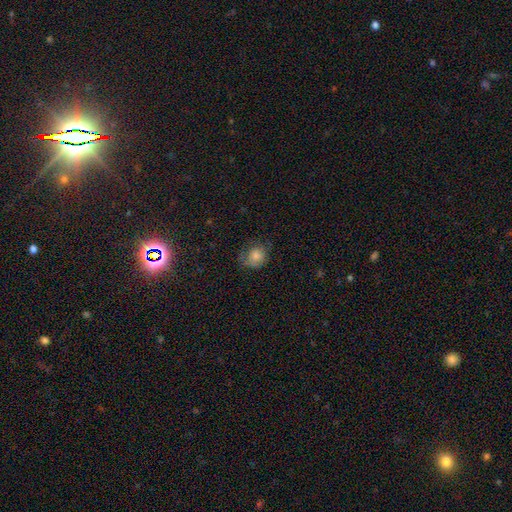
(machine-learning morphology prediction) This is likely a smooth galaxy (69%). How rounded: likely round (71%). Merging: likely none (61%).